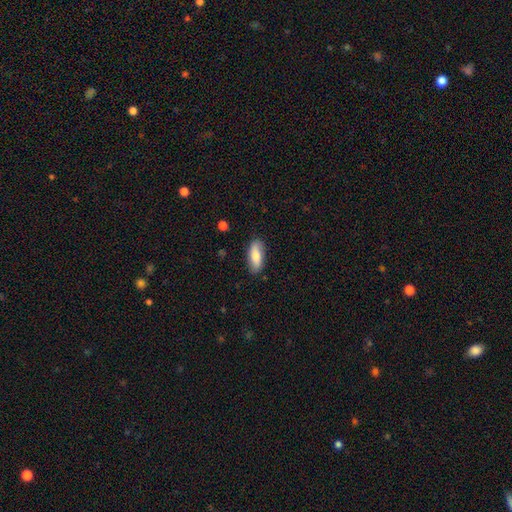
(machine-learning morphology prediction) Q: Smooth or featured?
A: smooth (78%); runner-up: featured or disk (16%)
Q: How rounded?
A: in between (79%); runner-up: cigar-shaped (19%)
Q: Merging?
A: none (83%); runner-up: minor disturbance (13%)